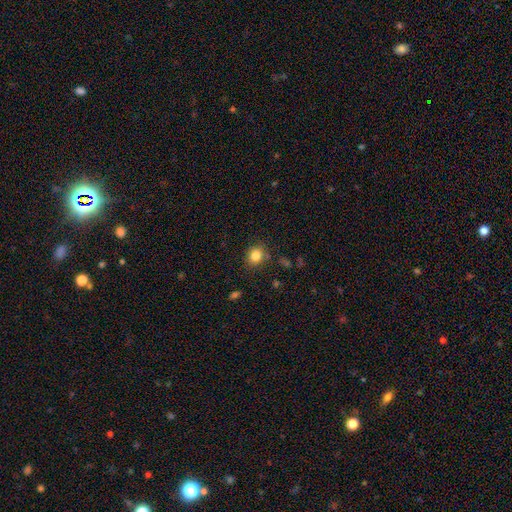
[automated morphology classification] Smooth or featured? smooth (83%)
How rounded? round (71%)
Merging? none (81%)